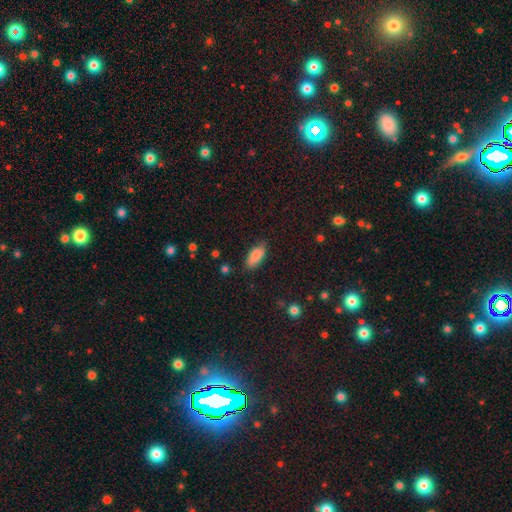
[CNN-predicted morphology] This is clearly a smooth galaxy (84%). How rounded: clearly in between (84%). Merging: clearly none (81%).